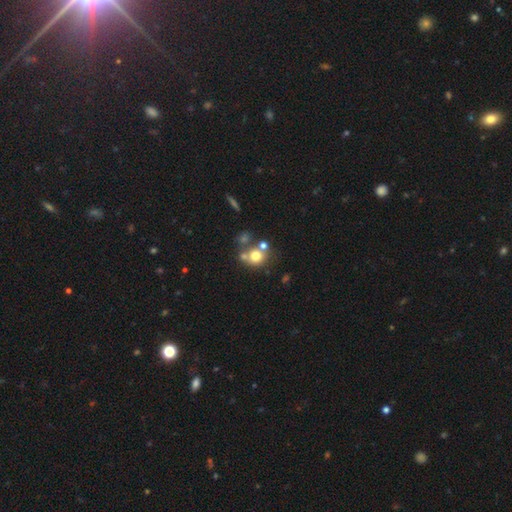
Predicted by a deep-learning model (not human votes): smooth 69%, featured or disk 17%, star or artifact 14%. Down the decision tree: how rounded — round (80%); merging — none (50%).